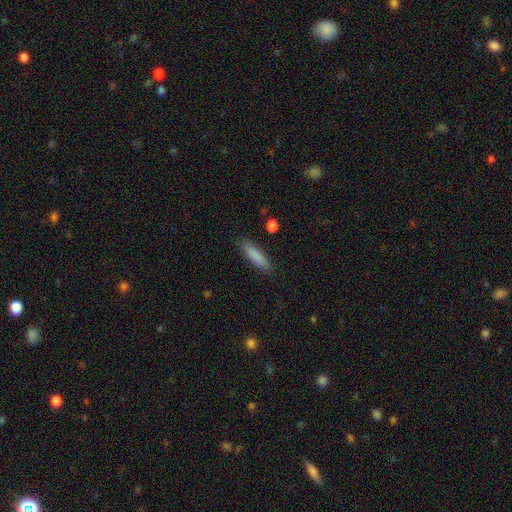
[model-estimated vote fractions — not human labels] Overall: smooth (85%). How rounded: cigar-shaped (72%). Merging: none (88%).